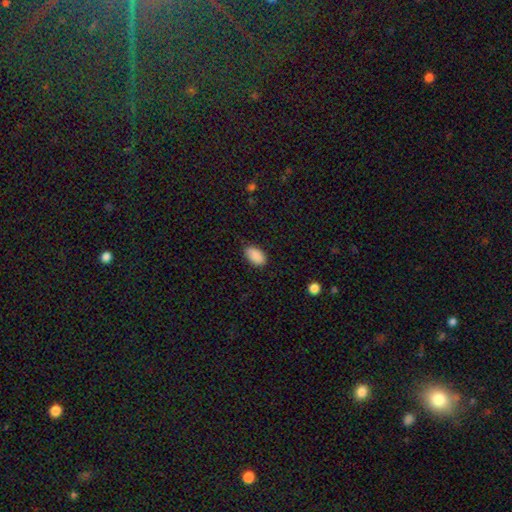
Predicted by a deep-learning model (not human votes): Overall: smooth (90%). How rounded: in between (94%). Merging: none (82%).